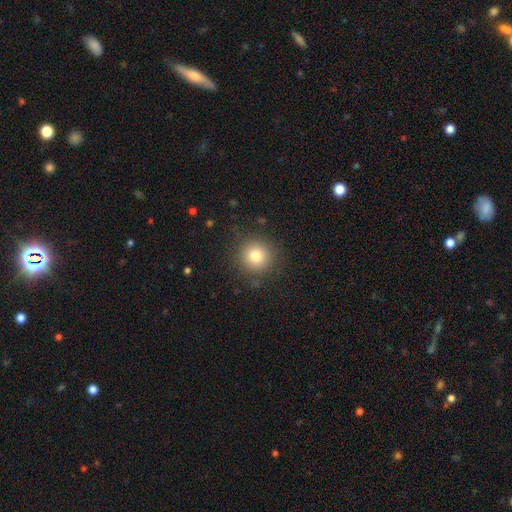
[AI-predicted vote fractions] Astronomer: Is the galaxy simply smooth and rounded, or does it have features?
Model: smooth — 79%.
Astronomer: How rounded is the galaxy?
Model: round — 94%.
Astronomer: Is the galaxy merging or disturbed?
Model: none — 88%.